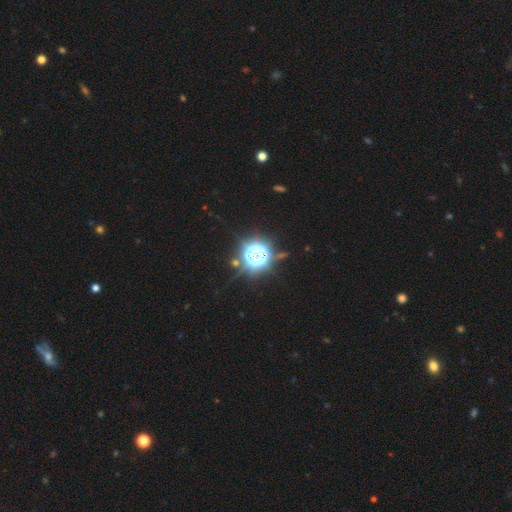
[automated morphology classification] Overall: star or artifact (81%).